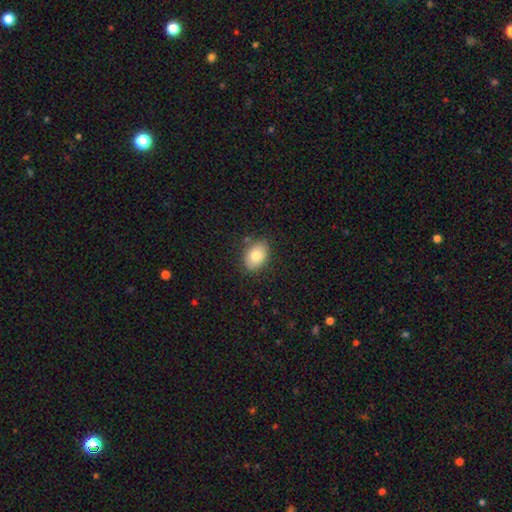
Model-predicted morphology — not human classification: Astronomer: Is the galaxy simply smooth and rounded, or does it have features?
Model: smooth — 80%.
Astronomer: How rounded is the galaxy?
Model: in between — 81%.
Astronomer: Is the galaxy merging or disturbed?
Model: none — 83%.